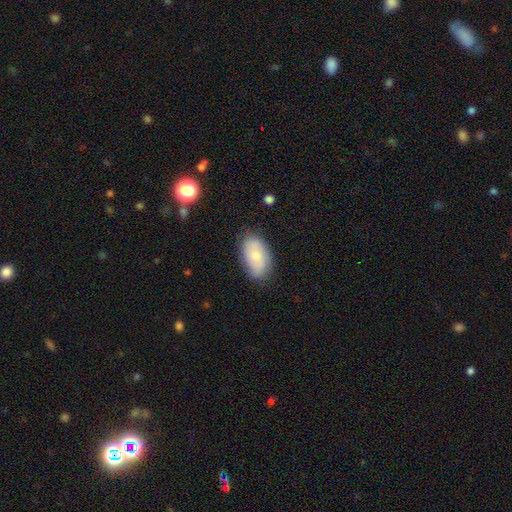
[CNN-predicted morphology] Smooth or featured? Predicted: smooth (p=0.67). How rounded? Predicted: in between (p=0.93). Merging? Predicted: none (p=0.79).